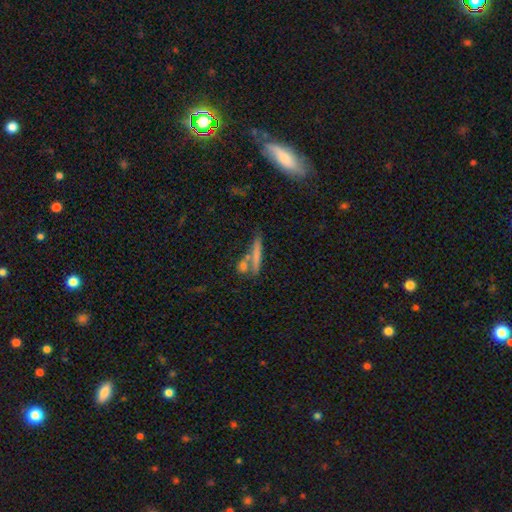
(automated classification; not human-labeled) Smooth or featured? smooth (64%)
How rounded? cigar-shaped (87%)
Merging? none (62%)